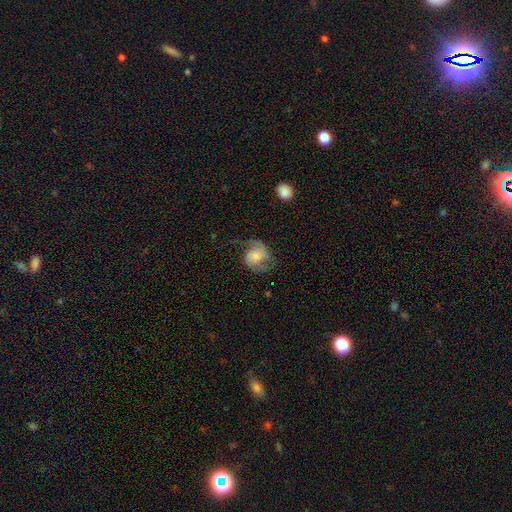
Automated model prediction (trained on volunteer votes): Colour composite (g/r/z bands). It shows a featured or disk galaxy (70%) with no bar (64%), 2 (84%) medium (44%) spiral arms (93%) and a moderate central bulge (35%). Merging: none (56%).